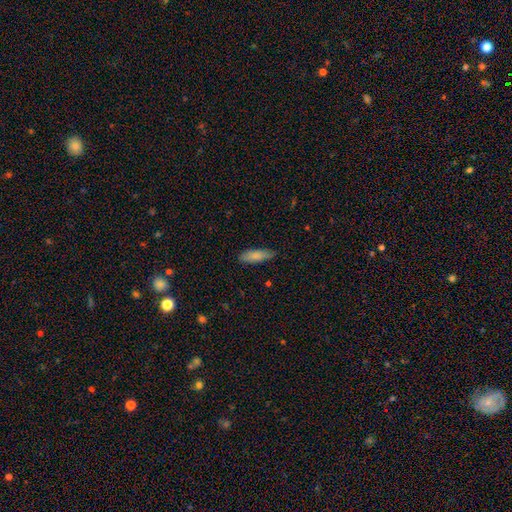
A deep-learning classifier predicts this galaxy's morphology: The model was most divided on "how rounded": in between: 54%, cigar-shaped: 45%, round: 2%. More confident: smooth or featured — smooth (82%); merging — none (78%).